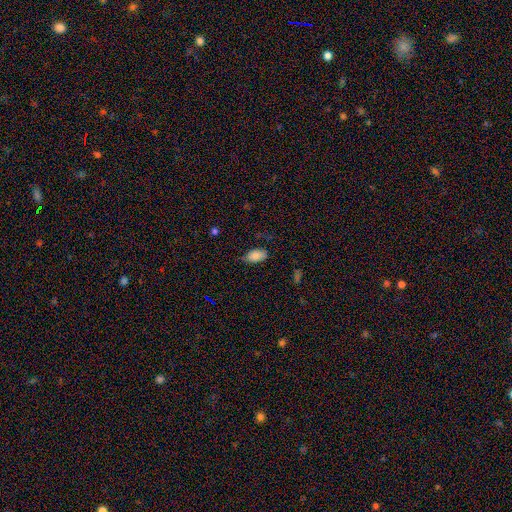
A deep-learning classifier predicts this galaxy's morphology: smooth_or_featured: smooth (p=0.82) [alt: featured or disk p=0.09]
how_rounded: in between (p=0.93) [alt: round p=0.04]
merging: none (p=0.65) [alt: minor disturbance p=0.27]